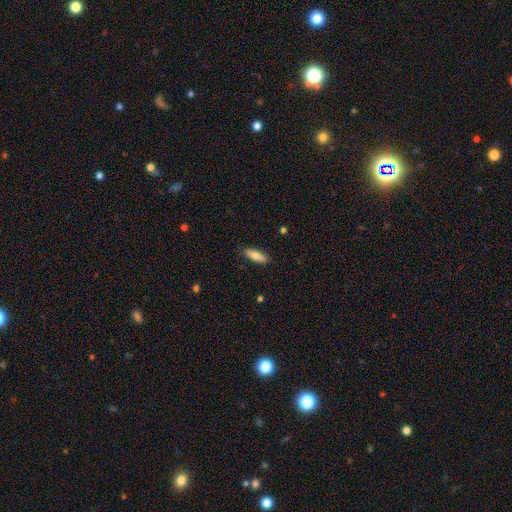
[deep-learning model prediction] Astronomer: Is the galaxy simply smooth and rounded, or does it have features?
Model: smooth — 78%.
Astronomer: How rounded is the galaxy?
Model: in between — 52% (runner-up: cigar-shaped, 46%).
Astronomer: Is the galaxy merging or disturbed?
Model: none — 87%.